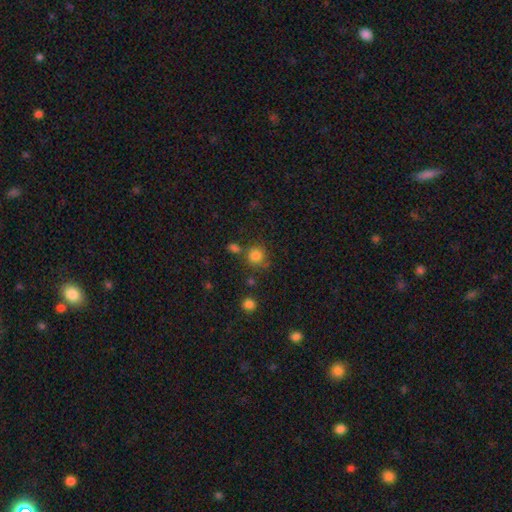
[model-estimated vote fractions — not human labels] Smooth or featured? Predicted: smooth (p=0.81). How rounded? Predicted: round (p=0.89). Merging? Predicted: none (p=0.70).